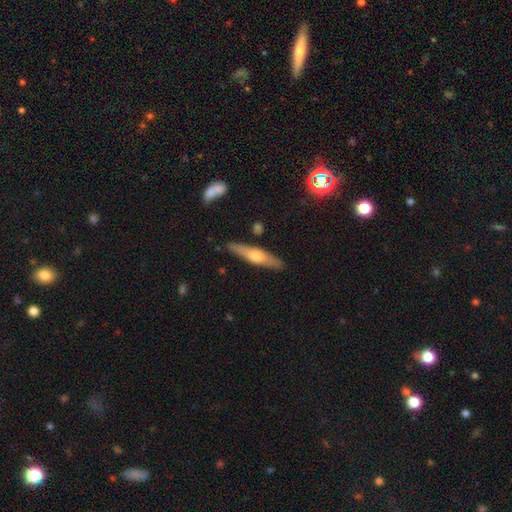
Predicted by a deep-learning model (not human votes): A featured or disk galaxy (55%) viewed edge-on (93%) with a rounded central bulge (90%).

Vote fractions:
- Smooth or featured? featured or disk: 55% / smooth: 40% / star or artifact: 6%
- Edge-on disk? yes: 93% / no: 7%
- Edge-on bulge? rounded: 90% / none: 5% / boxy: 5%
- Merging? none: 87% / minor disturbance: 9% / merger: 2% / major disturbance: 2%